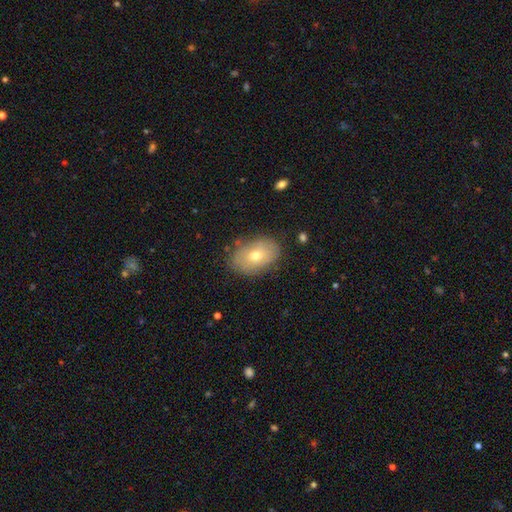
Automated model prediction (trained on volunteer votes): smooth_or_featured: smooth (p=0.67) [alt: featured or disk p=0.24]
how_rounded: in between (p=0.83) [alt: round p=0.15]
merging: none (p=0.82) [alt: minor disturbance p=0.13]